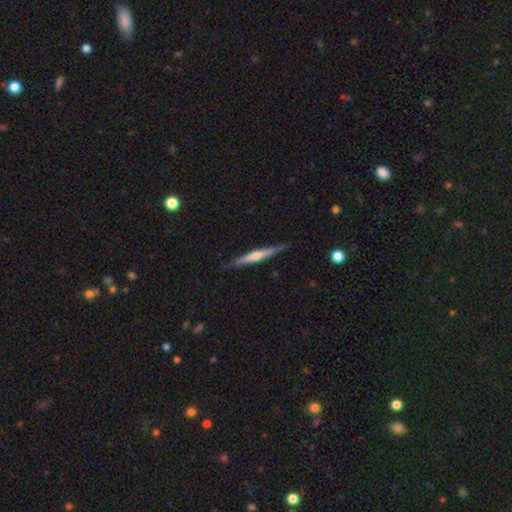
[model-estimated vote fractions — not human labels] Q: Smooth or featured?
A: featured or disk (57%); runner-up: smooth (38%)
Q: Edge-on disk?
A: yes (97%); runner-up: no (3%)
Q: Edge-on bulge?
A: rounded (50%); runner-up: none (34%)
Q: Merging?
A: none (85%); runner-up: minor disturbance (11%)